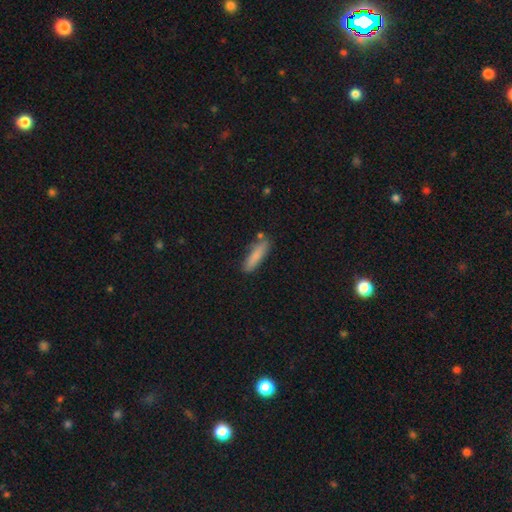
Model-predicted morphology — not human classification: Overall: smooth (82%). How rounded: cigar-shaped (70%). Merging: none (75%).